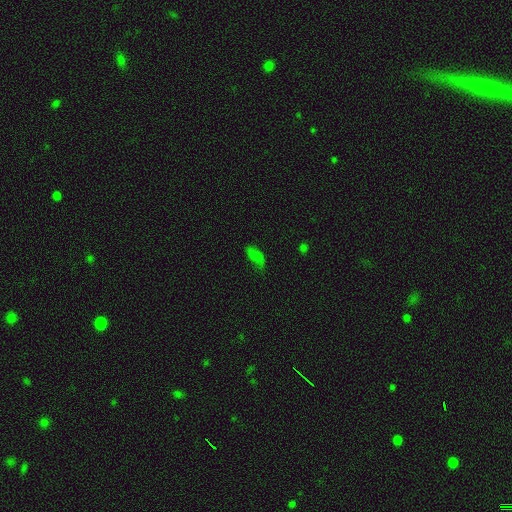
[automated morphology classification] A smooth galaxy with no disk features (61%) that is in between round and cigar-shaped (82%). Merging: none (55%).